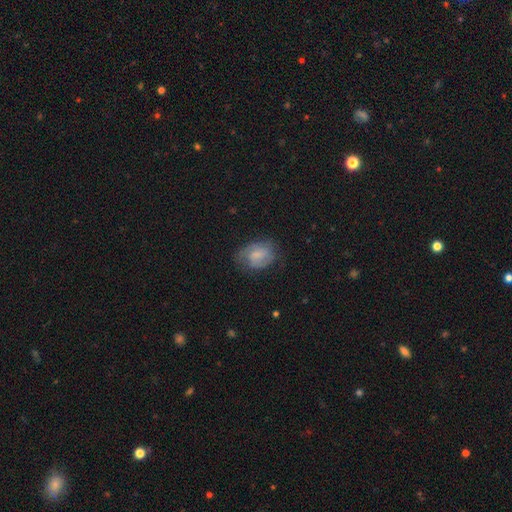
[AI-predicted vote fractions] smooth-or-featured: smooth: 55% | featured or disk: 37% | star or artifact: 8%
  how-rounded: in between: 70% | round: 29% | cigar-shaped: 1%
  merging: none: 61% | minor disturbance: 26% | major disturbance: 12% | merger: 1%